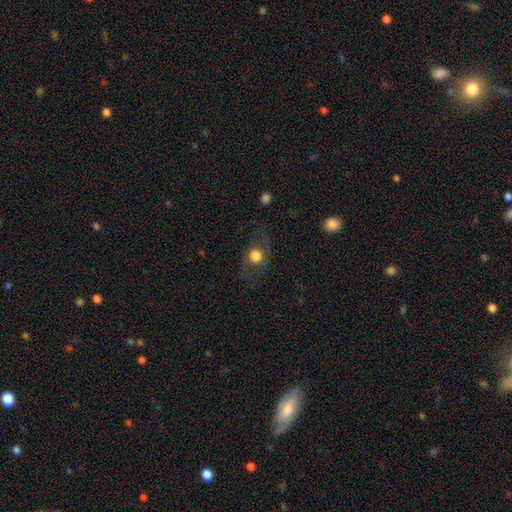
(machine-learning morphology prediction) Smooth or featured? Predicted: smooth (p=0.65). How rounded? Predicted: round (p=0.63). Merging? Predicted: none (p=0.70).